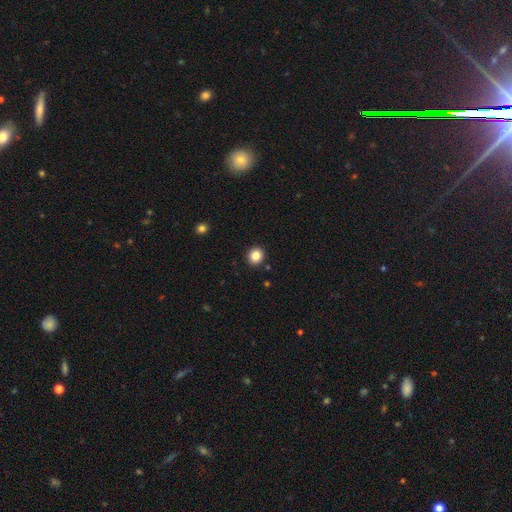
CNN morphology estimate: A smooth galaxy with no disk features (85%) that is round (85%). Merging: none (92%).